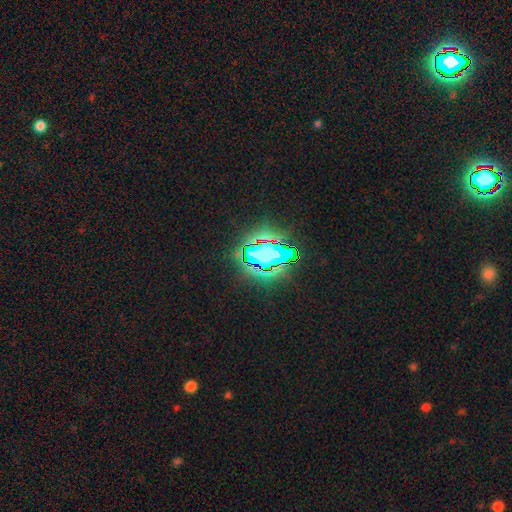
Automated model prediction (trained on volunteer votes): smooth_or_featured: star or artifact (p=0.77) [alt: smooth p=0.13]